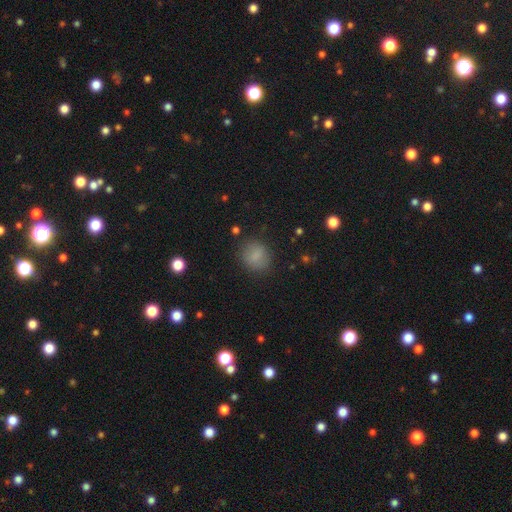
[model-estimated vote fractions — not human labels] smooth-or-featured: smooth: 82% | star or artifact: 10% | featured or disk: 7%
  how-rounded: round: 72% | in between: 27% | cigar-shaped: 1%
  merging: none: 83% | minor disturbance: 12% | major disturbance: 4% | merger: 1%